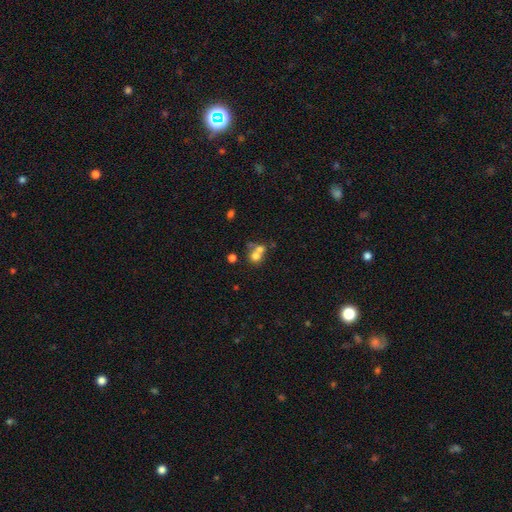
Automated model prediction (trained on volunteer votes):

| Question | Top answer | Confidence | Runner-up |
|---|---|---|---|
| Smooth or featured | smooth | 67% | featured or disk (20%) |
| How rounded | round | 77% | in between (22%) |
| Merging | merger | 59% | none (30%) |